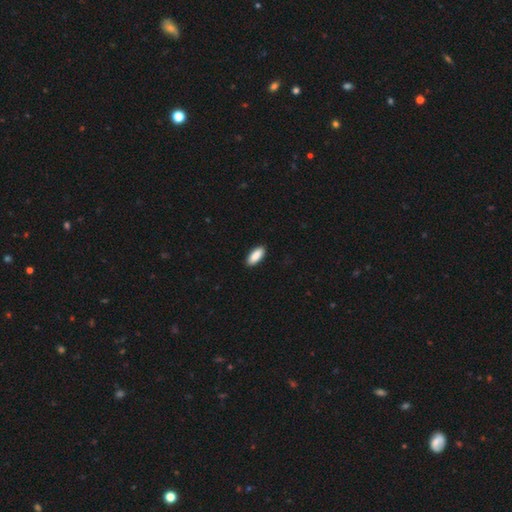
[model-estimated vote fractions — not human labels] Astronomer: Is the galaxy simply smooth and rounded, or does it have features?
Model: smooth — 90%.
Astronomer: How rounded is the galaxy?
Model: in between — 82%.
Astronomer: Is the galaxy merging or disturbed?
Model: none — 90%.